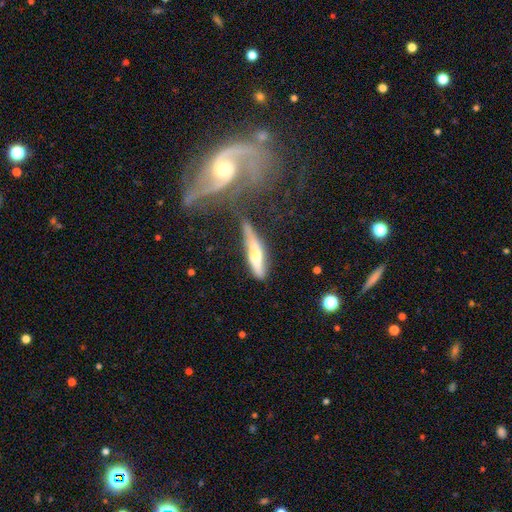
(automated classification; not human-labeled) Overall: smooth (50%; featured or disk 43%). How rounded: cigar-shaped (78%). Merging: none (49%; minor disturbance 27%).